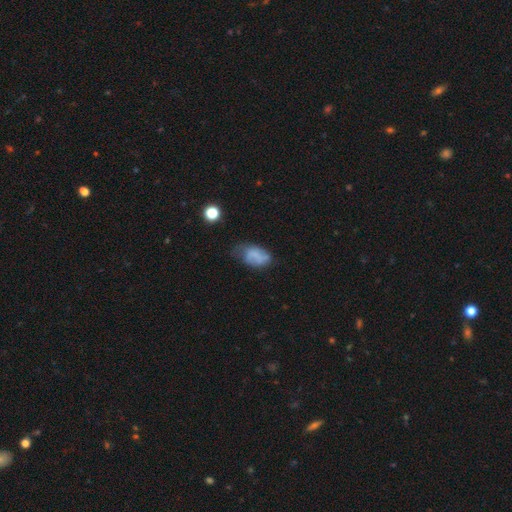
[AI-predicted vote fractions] smooth_or_featured: smooth (p=0.59) [alt: featured or disk p=0.30]
how_rounded: in between (p=0.88) [alt: round p=0.10]
merging: none (p=0.38) [alt: minor disturbance p=0.36]